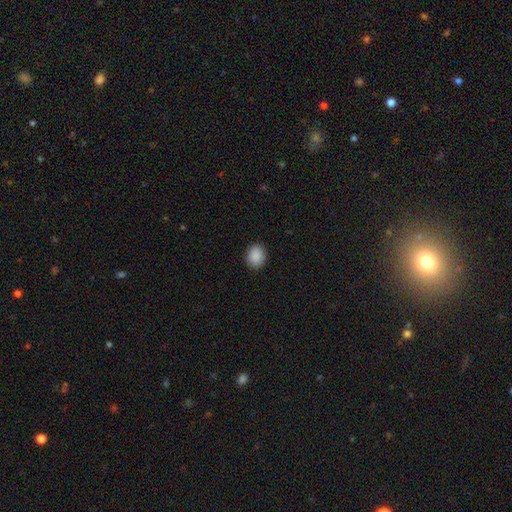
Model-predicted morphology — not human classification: Smooth or featured: smooth — 90% (star or artifact — 8%)
How rounded: round — 57% (in between — 42%)
Merging: none — 90% (minor disturbance — 7%)